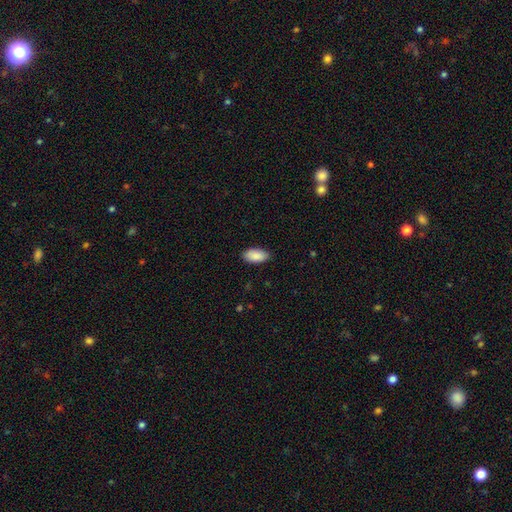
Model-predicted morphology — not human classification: Smooth or featured? smooth (90%)
How rounded? in between (94%)
Merging? none (86%)